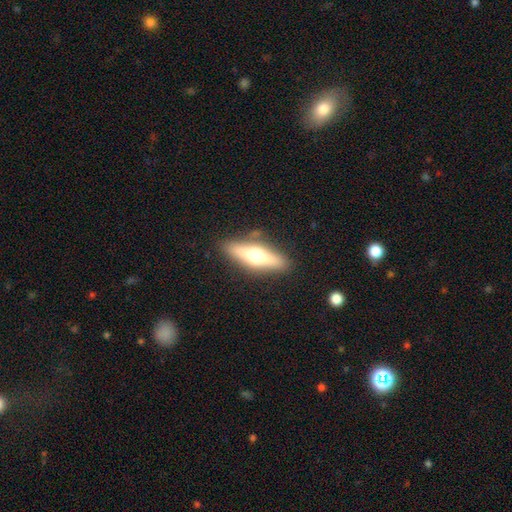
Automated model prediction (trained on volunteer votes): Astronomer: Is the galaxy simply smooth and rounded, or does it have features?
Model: featured or disk — 53% (runner-up: smooth, 40%).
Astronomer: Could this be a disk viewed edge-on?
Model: yes — 89%.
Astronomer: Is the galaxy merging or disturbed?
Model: none — 86%.